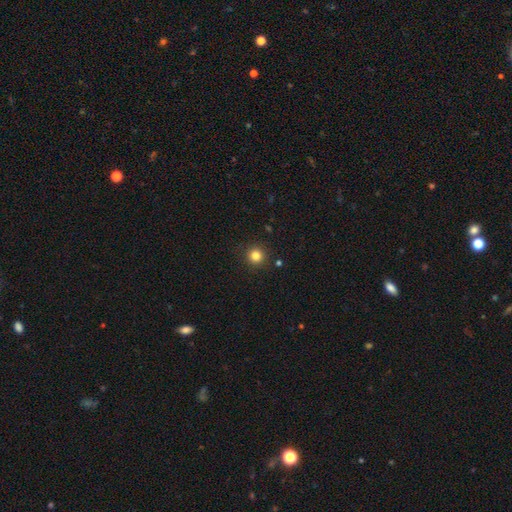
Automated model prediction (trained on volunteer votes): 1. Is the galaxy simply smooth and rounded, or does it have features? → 82% smooth, 13% star or artifact, 5% featured or disk.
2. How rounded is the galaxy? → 95% round, 4% in between, 1% cigar-shaped.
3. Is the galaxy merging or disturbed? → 91% none, 6% minor disturbance, 2% major disturbance, 2% merger.